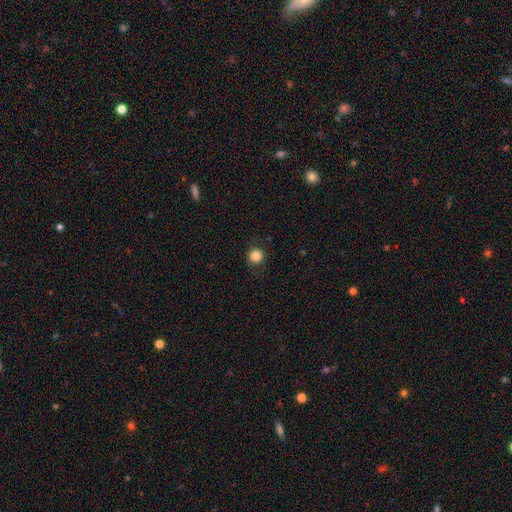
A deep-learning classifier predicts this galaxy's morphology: type=smooth (84%); roundness=round (94%); merging=none (89%).